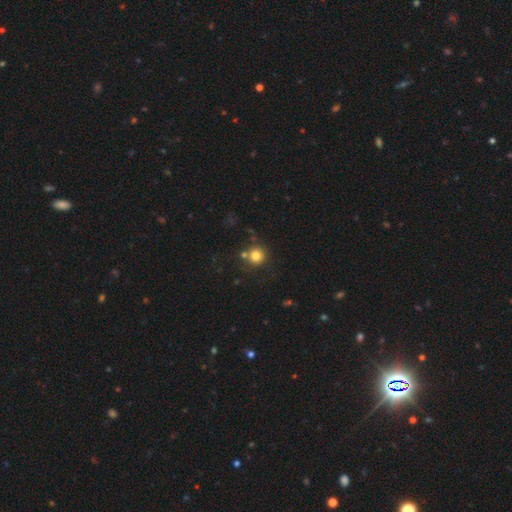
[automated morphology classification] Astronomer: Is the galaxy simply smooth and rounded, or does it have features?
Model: smooth — 80%.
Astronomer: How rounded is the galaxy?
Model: round — 93%.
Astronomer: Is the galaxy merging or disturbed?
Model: none — 72%.